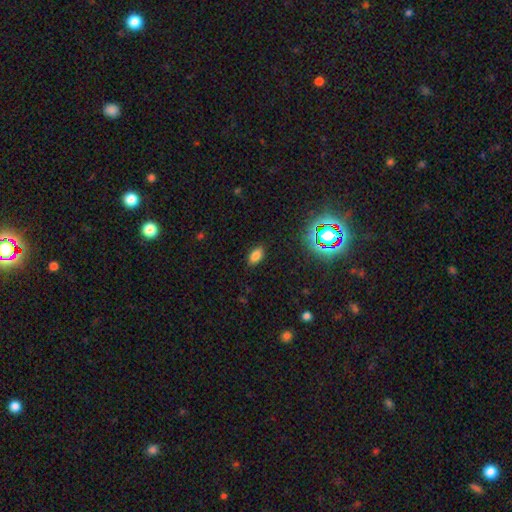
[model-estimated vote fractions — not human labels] Smooth or featured?
  - smooth: 77% *
  - star or artifact: 16%
  - featured or disk: 8%
How rounded?
  - in between: 90% *
  - round: 7%
  - cigar-shaped: 3%
Merging?
  - none: 86% *
  - minor disturbance: 10%
  - major disturbance: 3%
  - merger: 1%